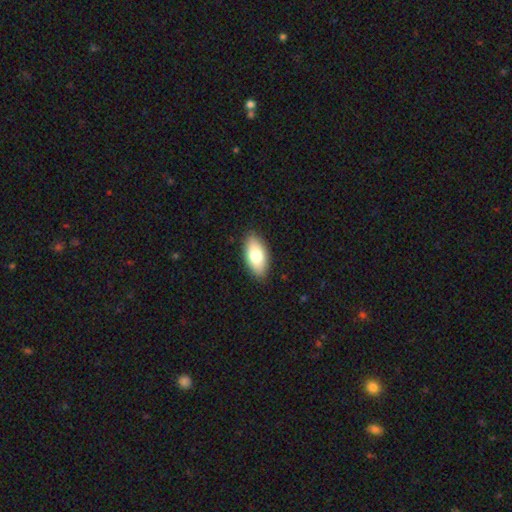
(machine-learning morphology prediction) smooth-or-featured: smooth: 78% | featured or disk: 15% | star or artifact: 6%
  how-rounded: in between: 91% | cigar-shaped: 6% | round: 3%
  merging: none: 88% | minor disturbance: 9% | major disturbance: 2% | merger: 1%